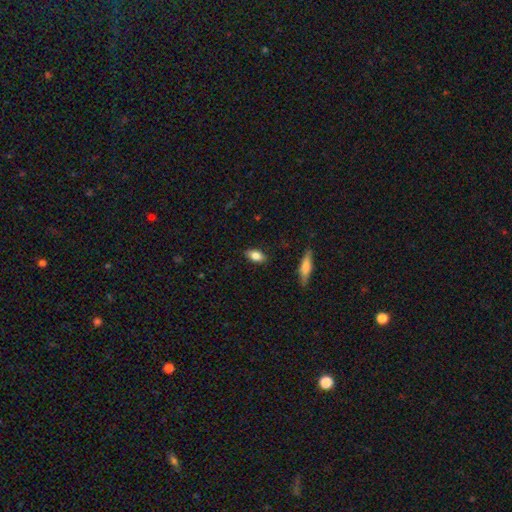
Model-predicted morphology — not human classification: This appears to be a smooth galaxy with no disk features (82%) that is in between round and cigar-shaped (88%). Merging: none (87%).